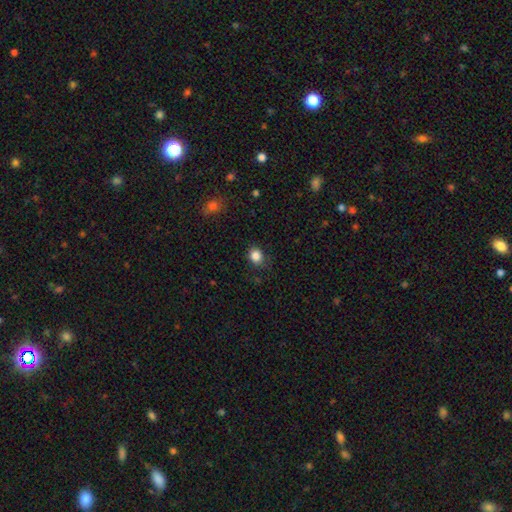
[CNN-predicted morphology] type=smooth (85%); roundness=round (67%); merging=none (80%).